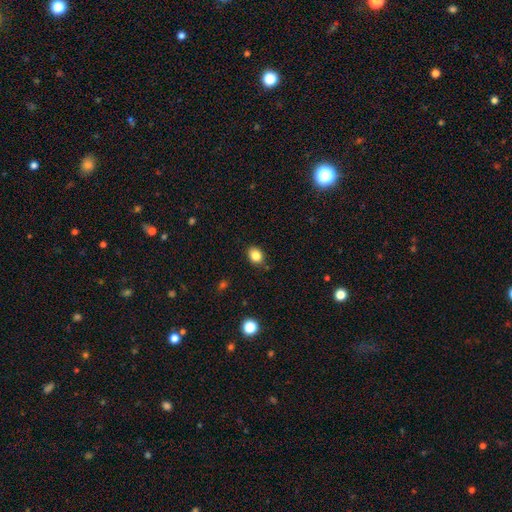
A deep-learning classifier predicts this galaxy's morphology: Smooth or featured? smooth (84%)
How rounded? in between (55%)
Merging? none (84%)